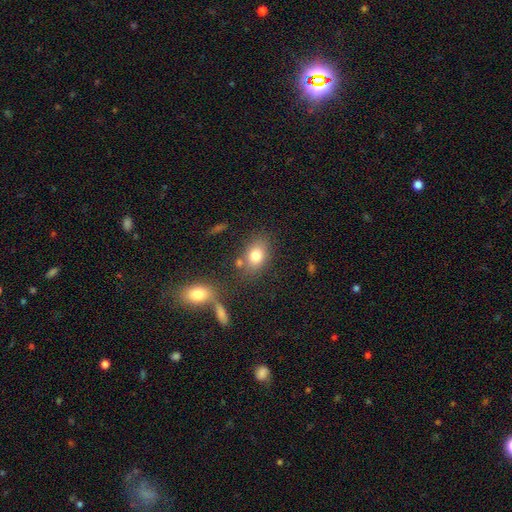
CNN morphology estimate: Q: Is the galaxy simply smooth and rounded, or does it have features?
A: smooth — 79%.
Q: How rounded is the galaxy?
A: in between — 70%.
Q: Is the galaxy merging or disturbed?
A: none — 69%.